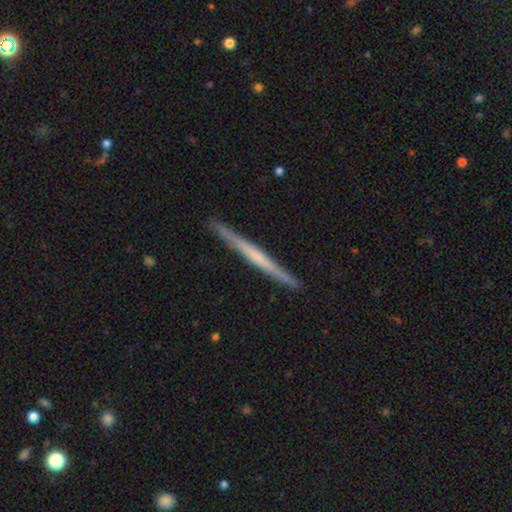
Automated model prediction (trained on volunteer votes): This appears to be a featured or disk galaxy (62%) viewed edge-on (98%) with no central bulge (71%). Merging: none (91%).